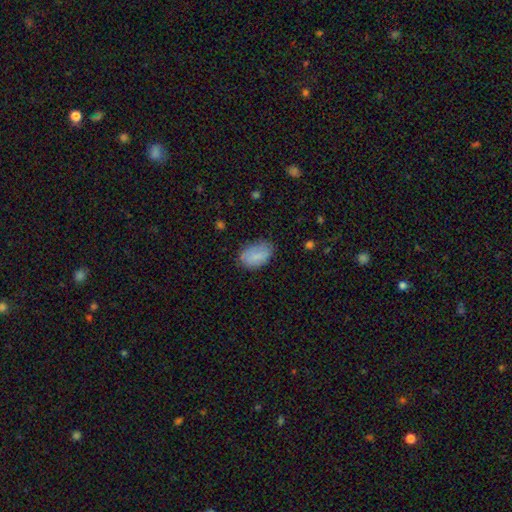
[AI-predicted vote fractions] Smooth or featured? Predicted: smooth (p=0.84). How rounded? Predicted: in between (p=0.90). Merging? Predicted: none (p=0.71).